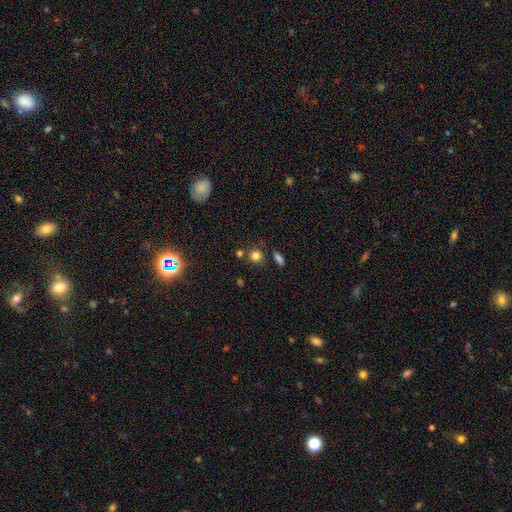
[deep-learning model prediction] smooth 80%, star or artifact 14%, featured or disk 6%. Down the decision tree: how rounded — round (86%); merging — none (75%).